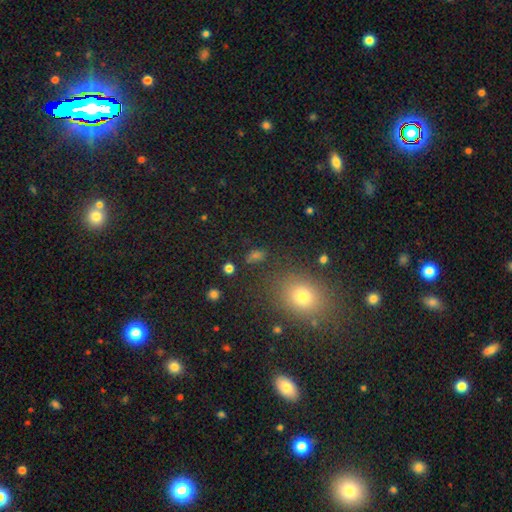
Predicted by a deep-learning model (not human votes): smooth-or-featured: smooth: 64% | star or artifact: 26% | featured or disk: 10%
  how-rounded: in between: 71% | round: 24% | cigar-shaped: 5%
  merging: none: 77% | minor disturbance: 12% | major disturbance: 6% | merger: 5%